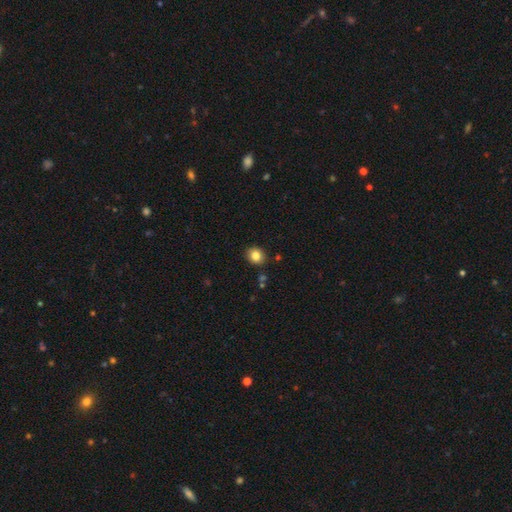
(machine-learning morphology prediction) The model was most divided on "how rounded": round: 69%, in between: 30%, cigar-shaped: 1%. More confident: merging — none (88%); smooth or featured — smooth (84%).